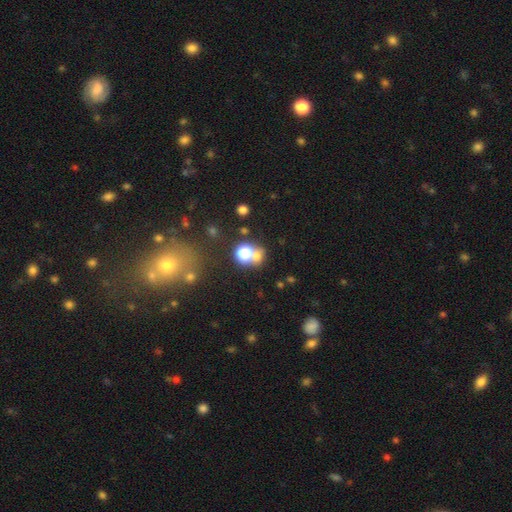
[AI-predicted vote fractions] The model was most divided on "merging" (2-way tie): merger: 43%, none: 43%, minor disturbance: 8%, major disturbance: 5%. More confident: how rounded — round (74%); smooth or featured — smooth (64%).